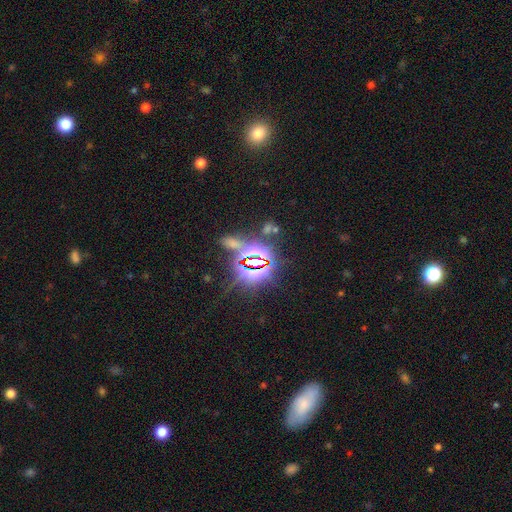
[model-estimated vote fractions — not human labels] Smooth or featured? Predicted: star or artifact (p=0.79).